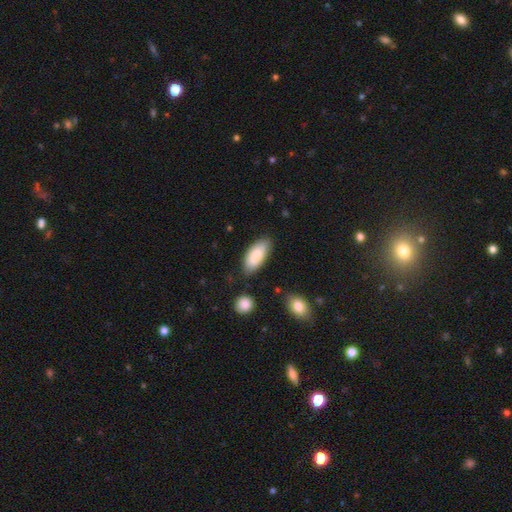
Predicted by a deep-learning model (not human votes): Overall: smooth (85%). How rounded: in between (86%). Merging: none (80%).